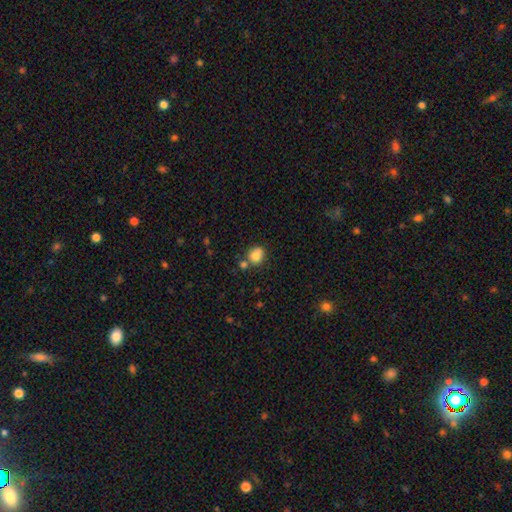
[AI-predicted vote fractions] This appears to be a smooth galaxy with no disk features (81%) that is round (77%). Merging: none (63%).